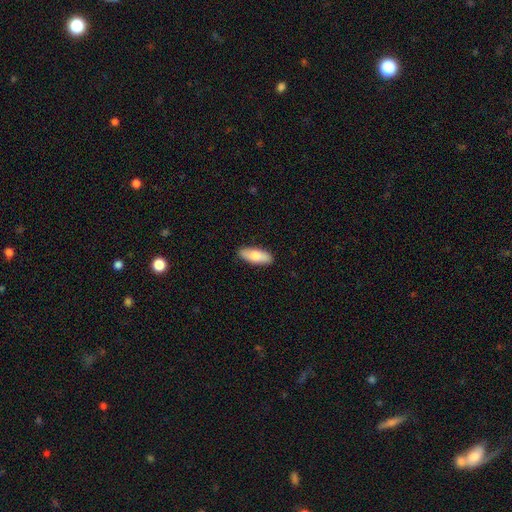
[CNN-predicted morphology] Smooth or featured?
  - smooth: 78% *
  - featured or disk: 16%
  - star or artifact: 5%
How rounded?
  - in between: 71% *
  - cigar-shaped: 27%
  - round: 2%
Merging?
  - none: 89% *
  - minor disturbance: 8%
  - major disturbance: 2%
  - merger: 1%